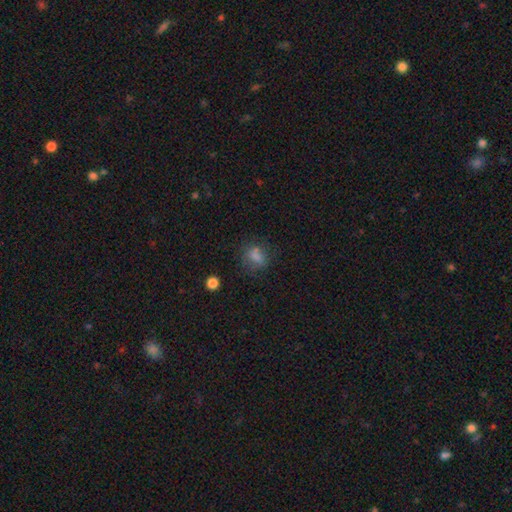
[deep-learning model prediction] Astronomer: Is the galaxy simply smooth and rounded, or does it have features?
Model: smooth — 69%.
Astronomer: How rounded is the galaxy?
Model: in between — 51% (runner-up: round, 44%).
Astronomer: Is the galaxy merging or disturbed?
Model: none — 69%.